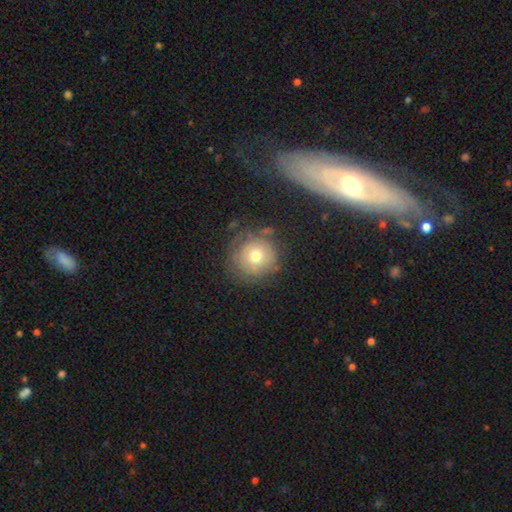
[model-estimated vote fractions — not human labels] Smooth or featured: smooth — 67% (featured or disk — 21%)
How rounded: round — 91% (in between — 8%)
Merging: none — 72% (minor disturbance — 16%)